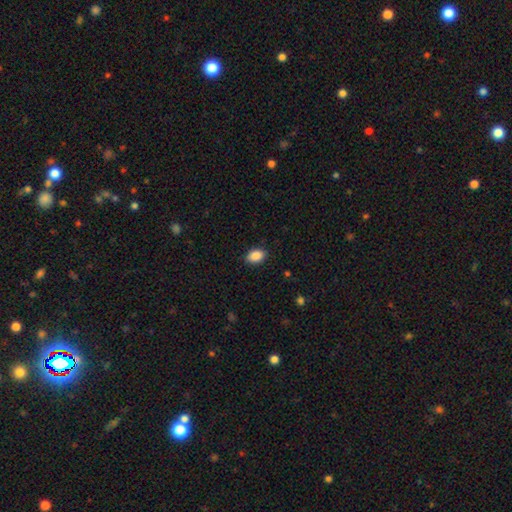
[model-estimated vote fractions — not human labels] Smooth or featured? smooth (89%)
How rounded? in between (86%)
Merging? none (88%)